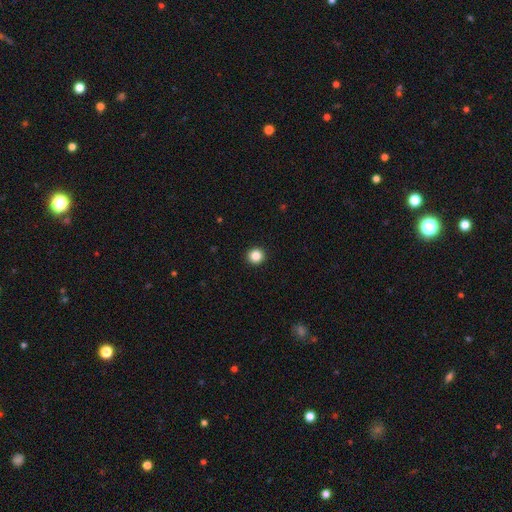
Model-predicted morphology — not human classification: Smooth or featured? smooth (86%)
How rounded? round (95%)
Merging? none (94%)